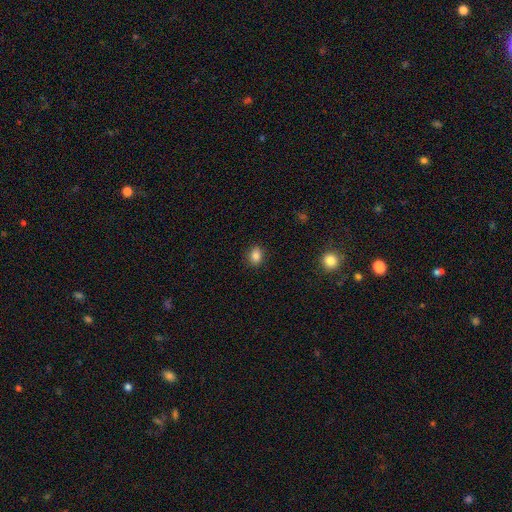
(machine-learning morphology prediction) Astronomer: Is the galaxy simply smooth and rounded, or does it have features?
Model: smooth — 84%.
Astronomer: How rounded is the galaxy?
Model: round — 52% (runner-up: in between, 46%).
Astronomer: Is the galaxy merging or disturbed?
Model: none — 89%.